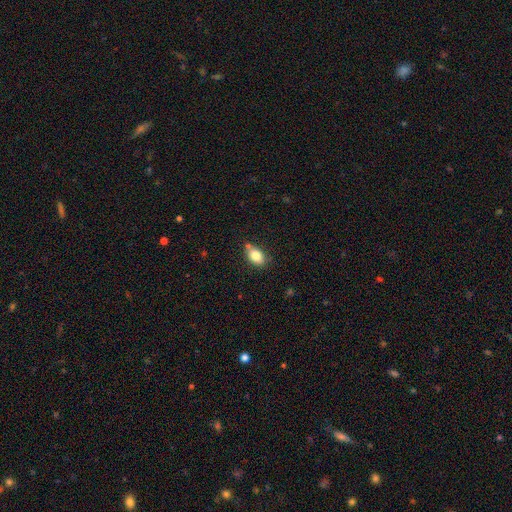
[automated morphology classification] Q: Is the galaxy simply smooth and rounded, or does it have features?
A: smooth — 82%.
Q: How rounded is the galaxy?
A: in between — 83%.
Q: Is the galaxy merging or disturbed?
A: none — 72%.